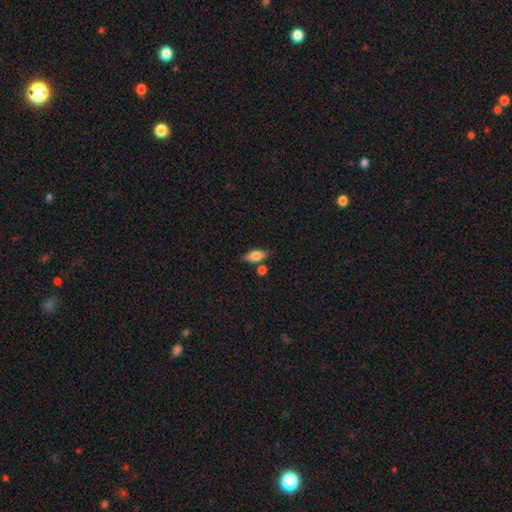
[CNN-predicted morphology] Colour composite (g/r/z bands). It shows a smooth galaxy with no disk features (76%) that is in between round and cigar-shaped (78%). Merging: none (70%).